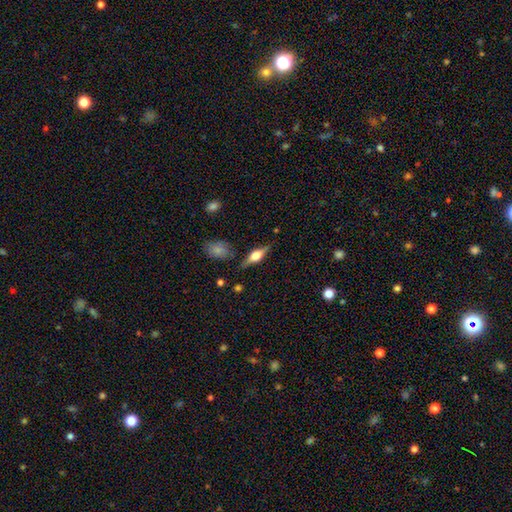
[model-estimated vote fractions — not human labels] This is likely a featured or disk galaxy (62%). It is clearly viewed edge-on (95%). Edge-on bulge: clearly rounded (89%). Merging: clearly none (83%).